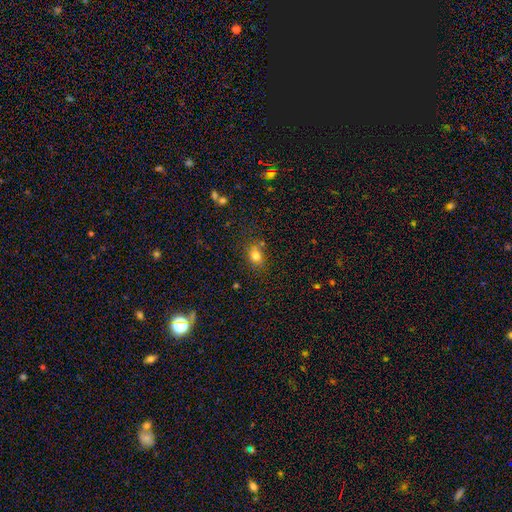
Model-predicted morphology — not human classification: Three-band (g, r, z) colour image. It shows a smooth galaxy with no disk features (77%) that is round (52%). Merging: none (67%).